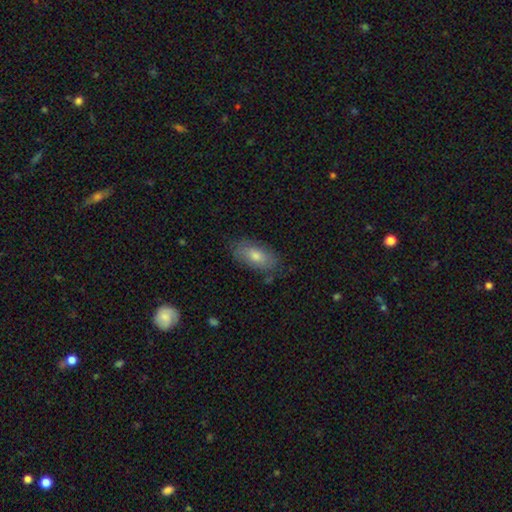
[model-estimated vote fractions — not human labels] The model was most divided on "smooth or featured": smooth: 72%, featured or disk: 20%, star or artifact: 7%. More confident: how rounded — in between (87%); merging — none (80%).